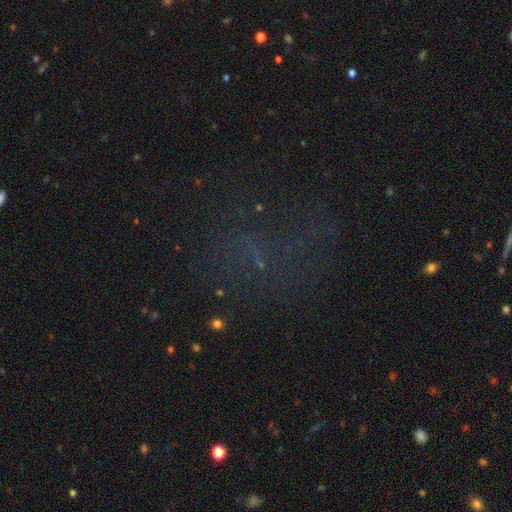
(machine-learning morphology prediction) Smooth or featured? Predicted: star or artifact (p=0.51).